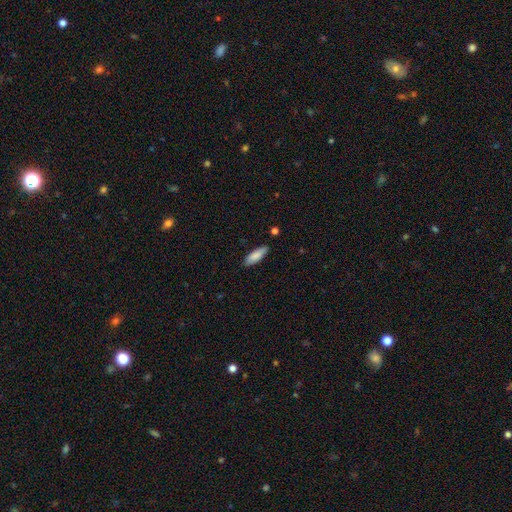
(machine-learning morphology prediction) smooth 84%, featured or disk 10%, star or artifact 6%. Down the decision tree: how rounded — in between (58%); merging — none (83%).